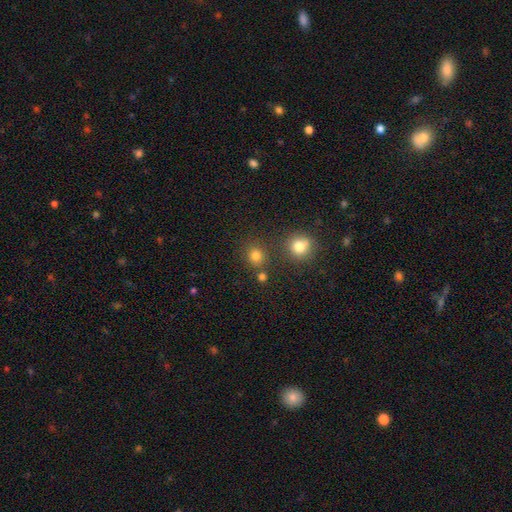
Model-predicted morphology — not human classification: Q: Smooth or featured?
A: smooth (77%); runner-up: star or artifact (18%)
Q: How rounded?
A: round (88%); runner-up: in between (11%)
Q: Merging?
A: none (78%); runner-up: merger (11%)